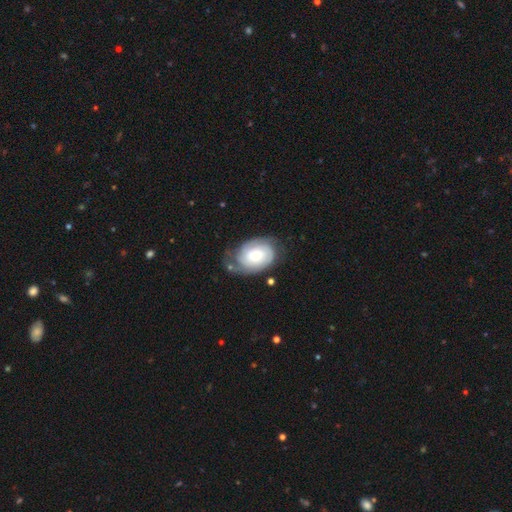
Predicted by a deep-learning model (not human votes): featured or disk 71%, smooth 23%, star or artifact 6%. Down the decision tree: edge-on disk — no (97%); bar — no (72%); spiral arms — yes (91%); spiral arm count — 2 (50%); spiral winding — tight (66%); bulge size — moderate (50%); merging — none (58%).